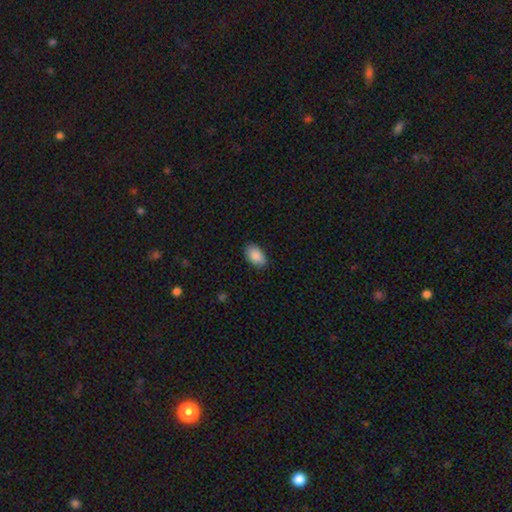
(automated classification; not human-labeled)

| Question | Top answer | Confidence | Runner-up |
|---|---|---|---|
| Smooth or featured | smooth | 89% | star or artifact (7%) |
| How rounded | in between | 92% | round (7%) |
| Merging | none | 83% | minor disturbance (13%) |